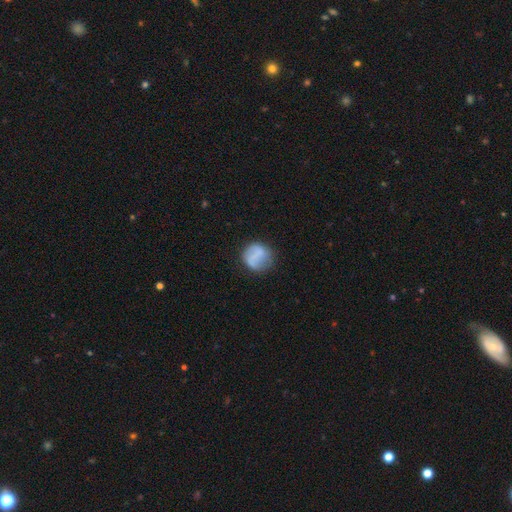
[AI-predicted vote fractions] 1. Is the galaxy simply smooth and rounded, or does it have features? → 62% smooth, 30% featured or disk, 8% star or artifact.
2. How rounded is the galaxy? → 86% round, 13% in between, 1% cigar-shaped.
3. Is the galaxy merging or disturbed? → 66% none, 21% minor disturbance, 10% major disturbance, 2% merger.